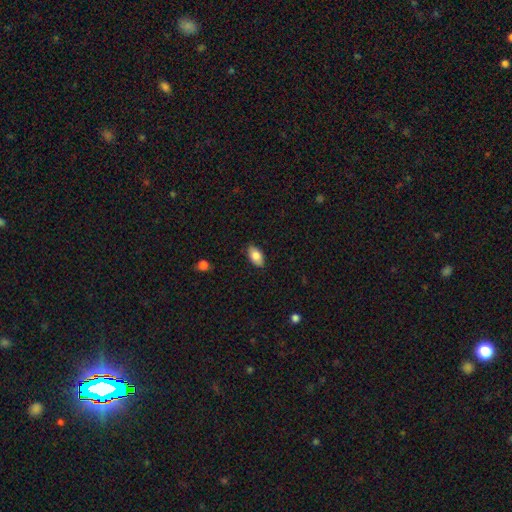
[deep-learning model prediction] The model was most divided on "smooth or featured": smooth: 83%, featured or disk: 10%, star or artifact: 7%. More confident: how rounded — in between (93%); merging — none (86%).